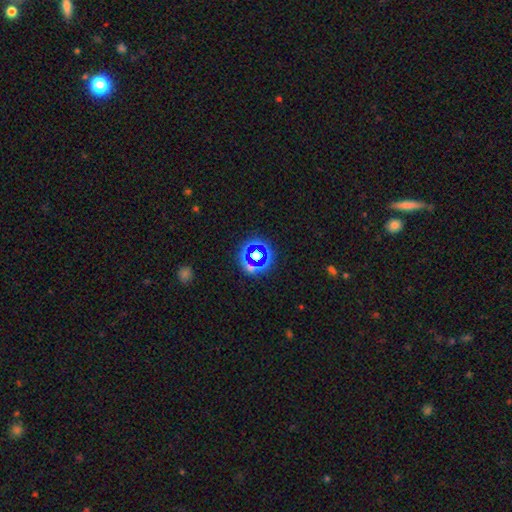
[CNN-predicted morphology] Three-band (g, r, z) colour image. It shows a star or artifact, not a galaxy (57%).